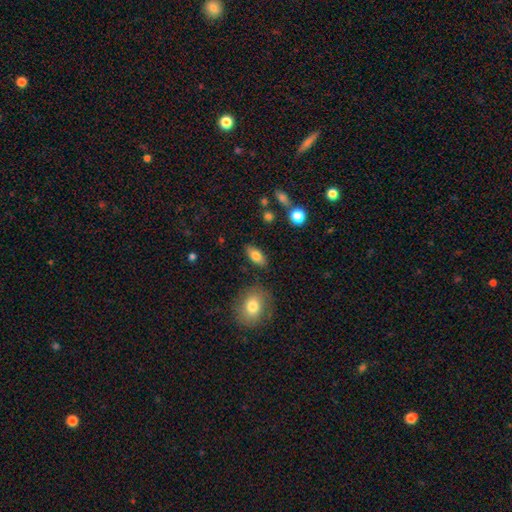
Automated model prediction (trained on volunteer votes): This appears to be a smooth galaxy with no disk features (80%) that is in between round and cigar-shaped (88%). Merging: none (86%).